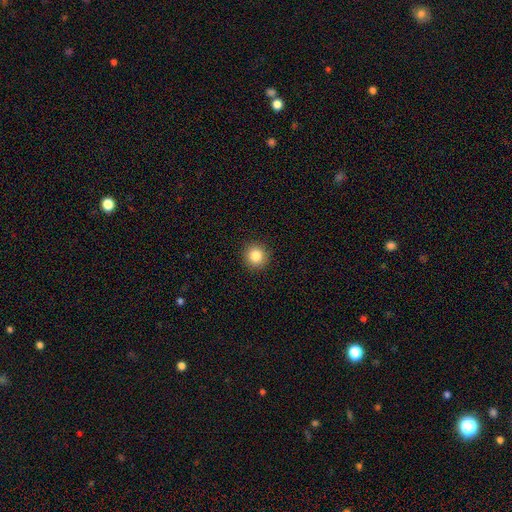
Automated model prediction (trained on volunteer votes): The model was most divided on "smooth or featured": smooth: 85%, star or artifact: 10%, featured or disk: 5%. More confident: how rounded — round (93%); merging — none (92%).